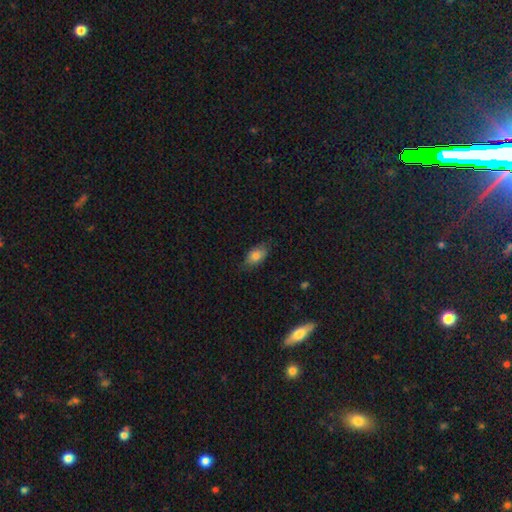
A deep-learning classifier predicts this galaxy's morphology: This appears to be a smooth galaxy with no disk features (79%) that is in between round and cigar-shaped (89%). Merging: none (75%).